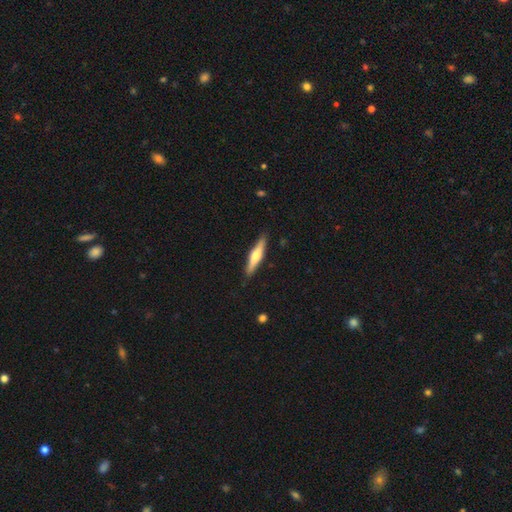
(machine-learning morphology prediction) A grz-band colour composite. It shows a featured or disk galaxy (50%). Merging: none (88%).